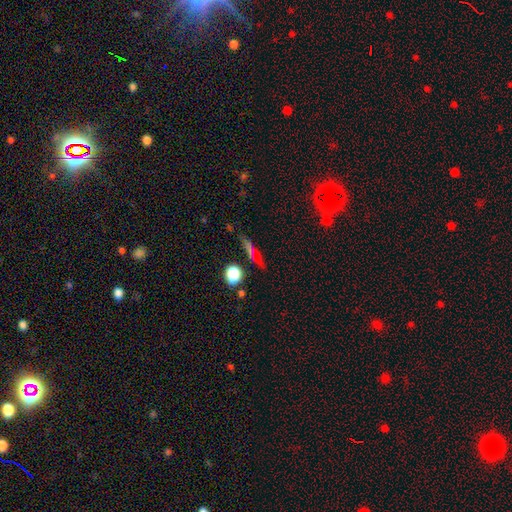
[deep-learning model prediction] This is possibly a smooth galaxy (57%). How rounded: likely cigar-shaped (68%). Merging: likely none (78%).